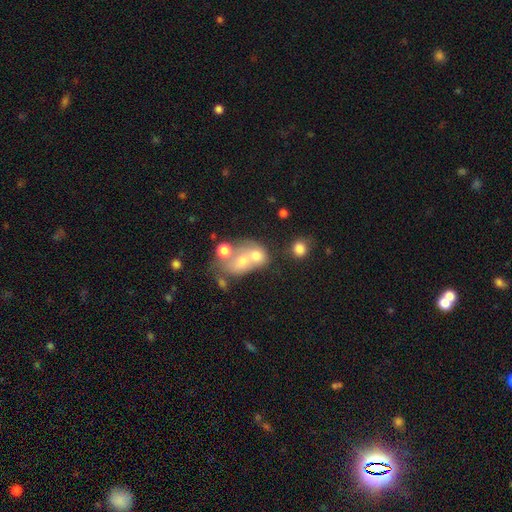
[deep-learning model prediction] smooth 59%, featured or disk 28%, star or artifact 13%. Down the decision tree: how rounded — in between (51%); merging — merger (66%).